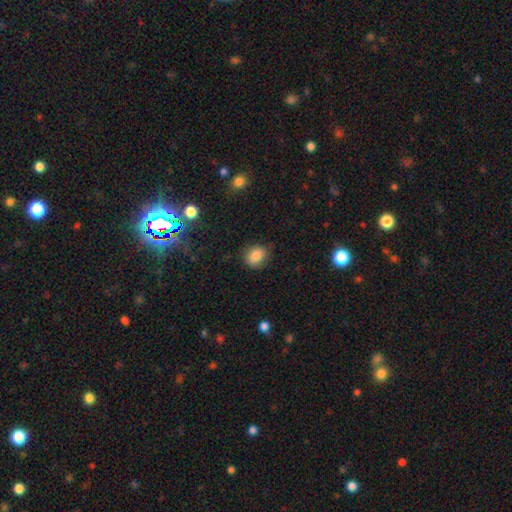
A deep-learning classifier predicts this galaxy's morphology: smooth 85%, star or artifact 10%, featured or disk 5%. Down the decision tree: how rounded — round (56%); merging — none (81%).